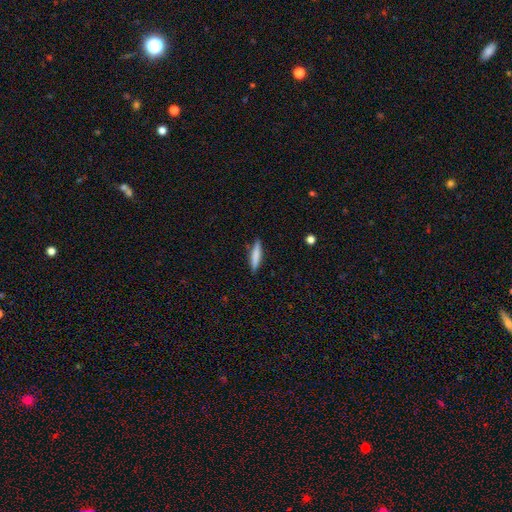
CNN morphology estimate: Q: Smooth or featured?
A: smooth (74%); runner-up: featured or disk (20%)
Q: How rounded?
A: cigar-shaped (86%); runner-up: in between (12%)
Q: Merging?
A: none (88%); runner-up: minor disturbance (9%)